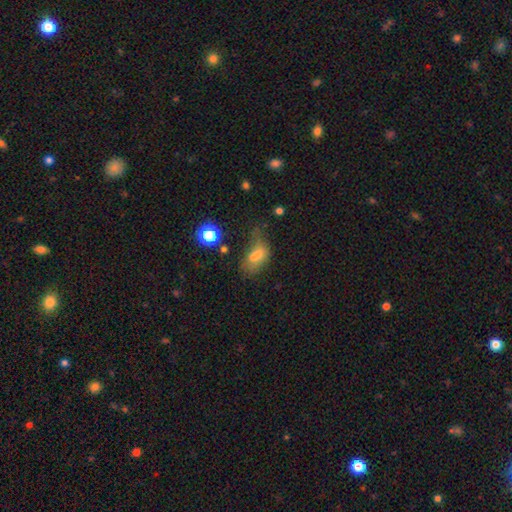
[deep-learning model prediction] Overall: smooth (63%). How rounded: in between (81%). Merging: none (29%; major disturbance 26%).